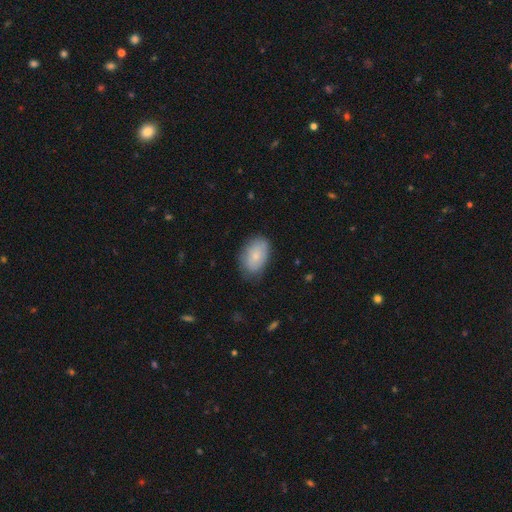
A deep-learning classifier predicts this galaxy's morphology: Smooth or featured? Predicted: smooth (p=0.77). How rounded? Predicted: in between (p=0.88). Merging? Predicted: none (p=0.76).